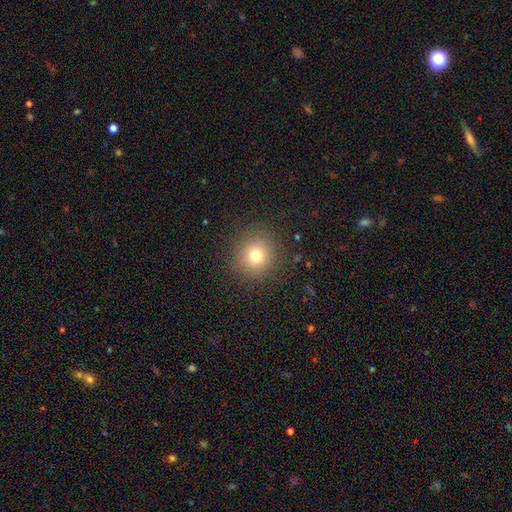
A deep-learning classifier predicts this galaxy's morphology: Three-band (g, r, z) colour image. It shows a smooth galaxy with no disk features (75%) that is round (91%). Merging: none (88%).